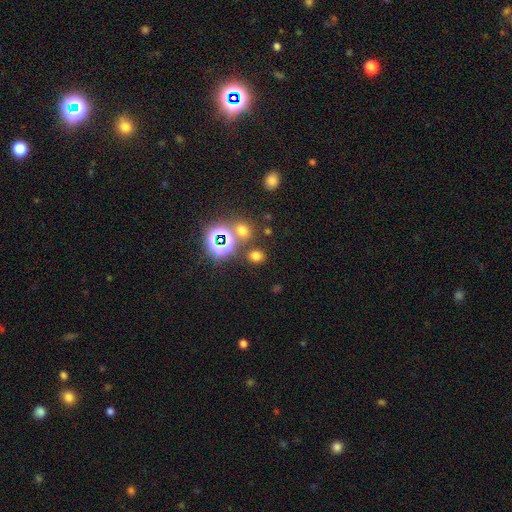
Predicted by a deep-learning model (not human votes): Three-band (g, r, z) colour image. It shows a smooth galaxy with no disk features (62%) that is round (64%). Merging: none (78%).